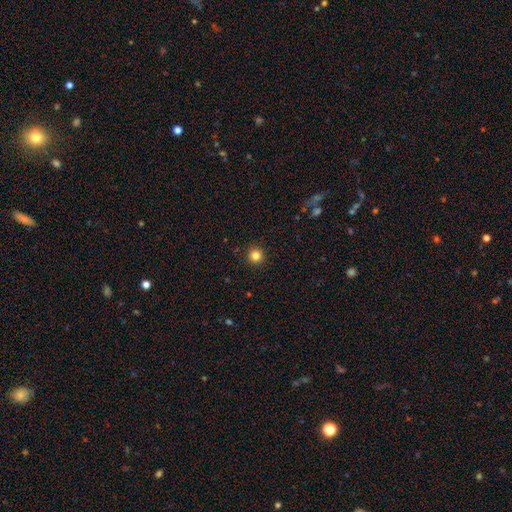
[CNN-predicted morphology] Overall: smooth (83%). How rounded: round (95%). Merging: none (93%).